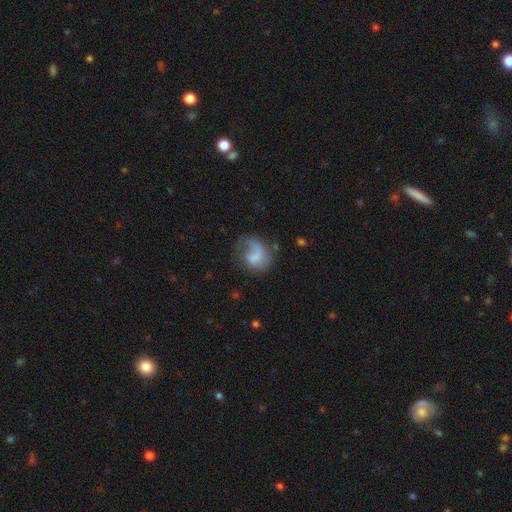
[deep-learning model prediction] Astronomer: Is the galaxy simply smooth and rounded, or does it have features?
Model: featured or disk — 49% (runner-up: smooth, 42%).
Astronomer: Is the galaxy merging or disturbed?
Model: none — 38% (runner-up: major disturbance, 37%).